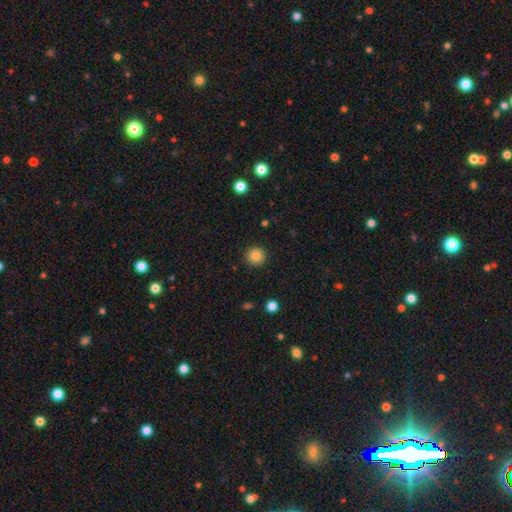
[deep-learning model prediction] This is clearly a smooth galaxy (83%). How rounded: clearly round (95%). Merging: clearly none (92%).